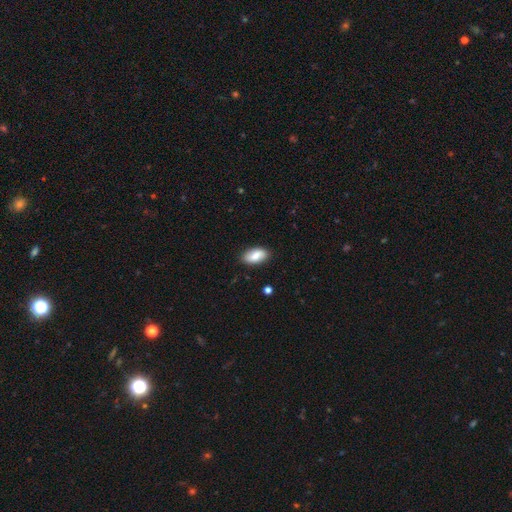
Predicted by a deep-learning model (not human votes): smooth_or_featured: smooth (p=0.81) [alt: featured or disk p=0.12]
how_rounded: in between (p=0.93) [alt: cigar-shaped p=0.04]
merging: none (p=0.85) [alt: minor disturbance p=0.11]